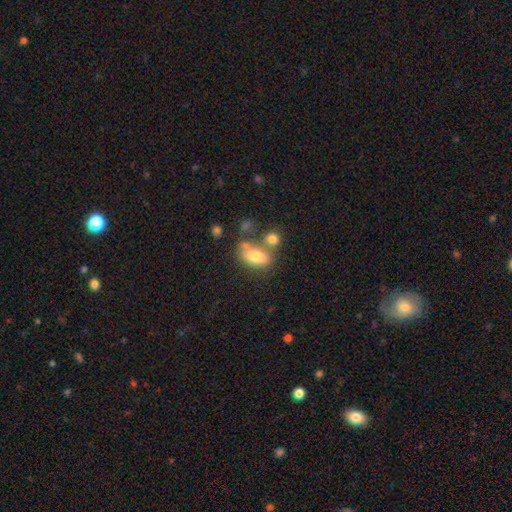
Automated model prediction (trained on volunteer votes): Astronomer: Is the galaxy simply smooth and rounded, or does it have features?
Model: smooth — 74%.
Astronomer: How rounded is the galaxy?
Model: in between — 85%.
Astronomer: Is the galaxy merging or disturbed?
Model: none — 49% (runner-up: merger, 28%).